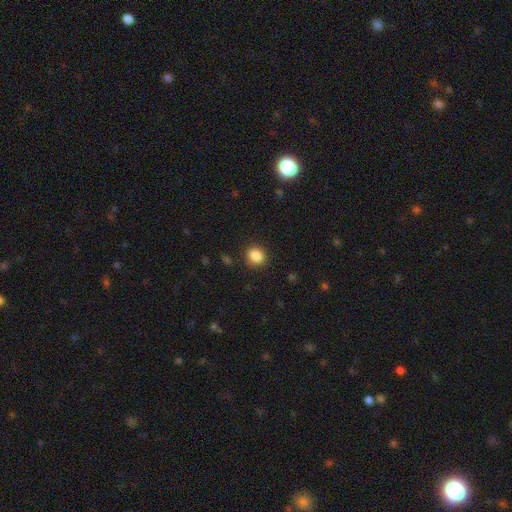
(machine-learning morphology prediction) The model was most divided on "how rounded": round: 70%, in between: 29%, cigar-shaped: 1%. More confident: merging — none (87%); smooth or featured — smooth (86%).